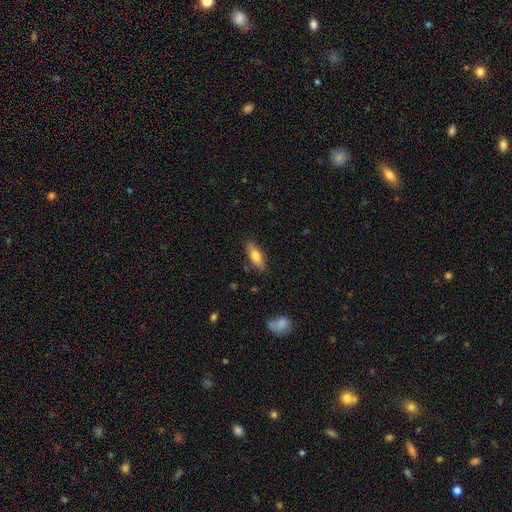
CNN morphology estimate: smooth_or_featured: smooth (p=0.71) [alt: featured or disk p=0.23]
how_rounded: in between (p=0.64) [alt: cigar-shaped p=0.34]
merging: none (p=0.84) [alt: minor disturbance p=0.12]